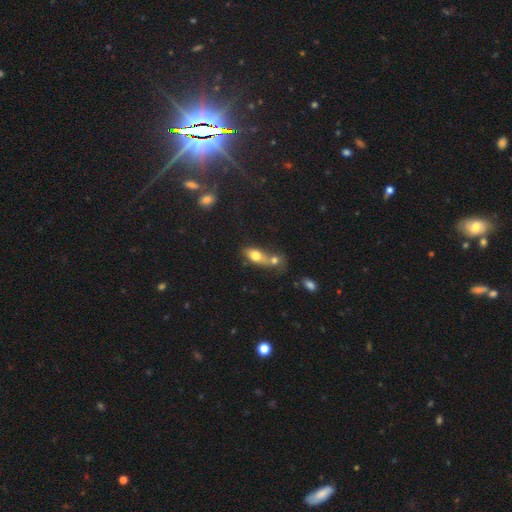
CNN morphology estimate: Smooth or featured?
  - smooth: 72% *
  - featured or disk: 19%
  - star or artifact: 9%
How rounded?
  - in between: 75% *
  - round: 14%
  - cigar-shaped: 11%
Merging?
  - merger: 58% *
  - none: 25%
  - minor disturbance: 10%
  - major disturbance: 7%